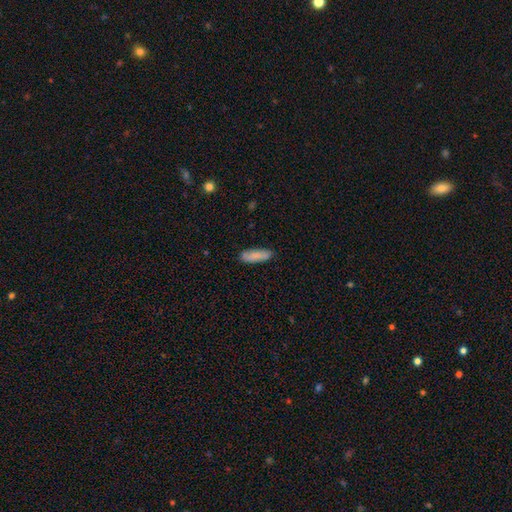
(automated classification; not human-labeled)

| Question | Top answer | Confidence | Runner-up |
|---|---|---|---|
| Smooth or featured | smooth | 85% | featured or disk (9%) |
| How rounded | cigar-shaped | 53% | in between (45%) |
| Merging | none | 81% | minor disturbance (15%) |